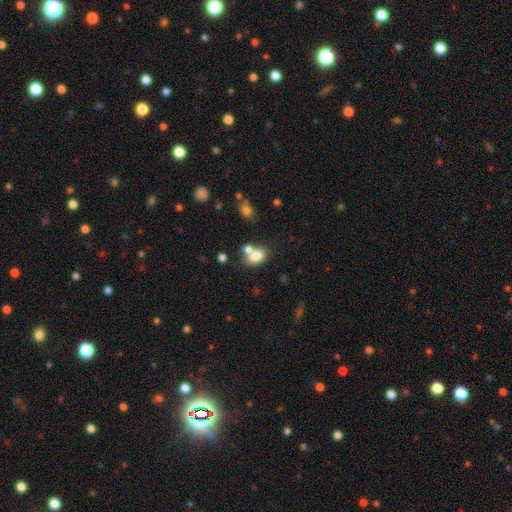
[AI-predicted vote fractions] This appears to be a smooth galaxy with no disk features (78%) that is in between round and cigar-shaped (76%). Merging: none (45%).